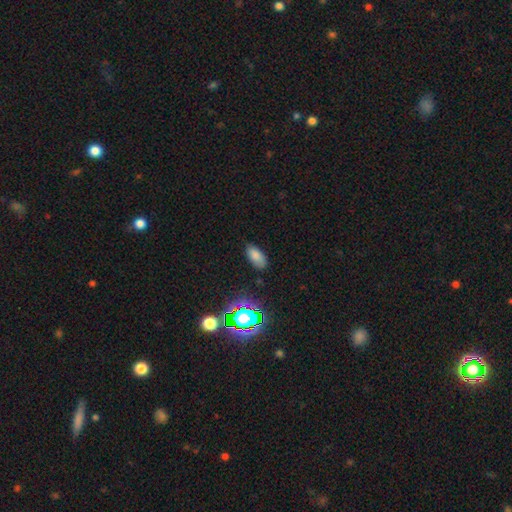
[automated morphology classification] Overall: smooth (78%). How rounded: in between (91%). Merging: none (80%).